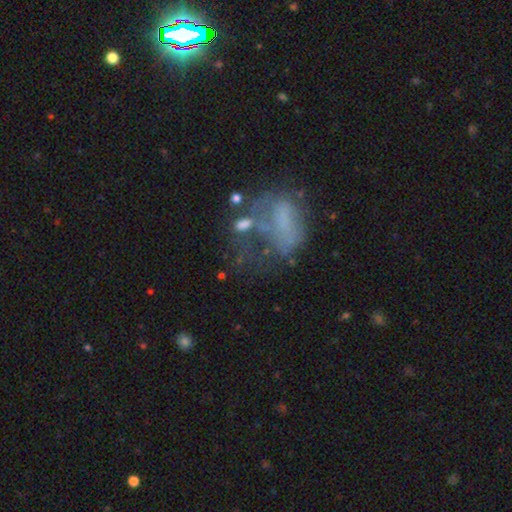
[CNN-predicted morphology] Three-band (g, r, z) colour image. It shows a featured or disk galaxy (39%). Merging: major disturbance (37%).